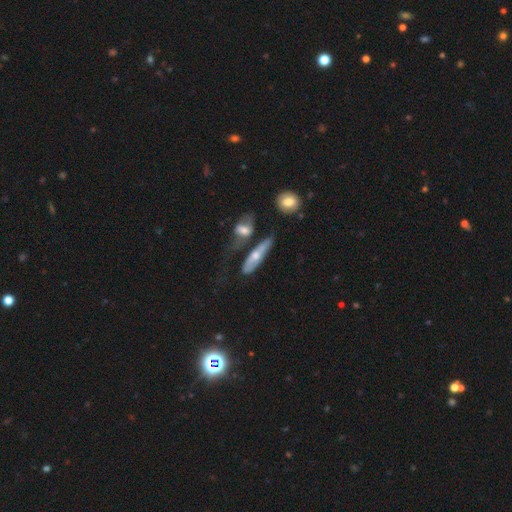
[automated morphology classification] Q: Smooth or featured?
A: featured or disk (48%); runner-up: smooth (45%)
Q: Merging?
A: none (34%); runner-up: merger (27%)